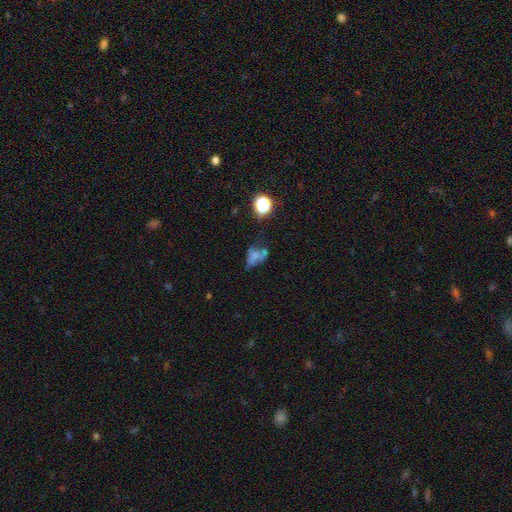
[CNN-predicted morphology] type=smooth (44%); merging=merger (28%).